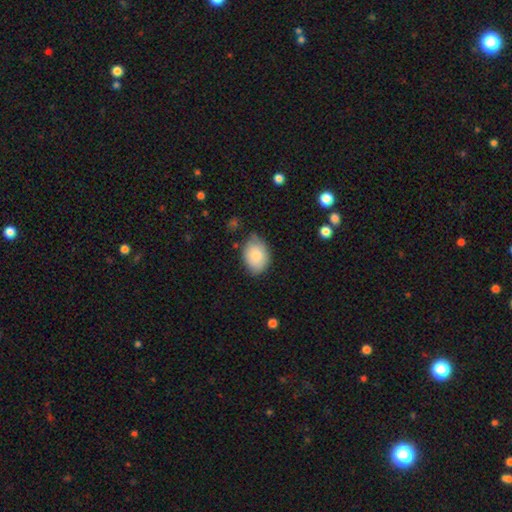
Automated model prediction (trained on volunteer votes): smooth_or_featured: smooth (p=0.85) [alt: featured or disk p=0.09]
how_rounded: in between (p=0.80) [alt: round p=0.19]
merging: none (p=0.69) [alt: minor disturbance p=0.24]